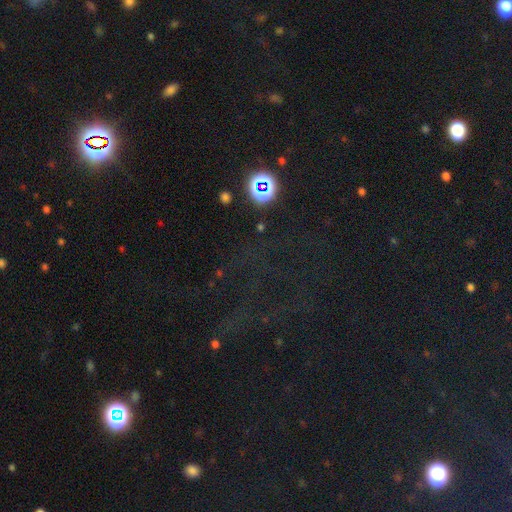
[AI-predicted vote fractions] A star or artifact, not a galaxy (75%).